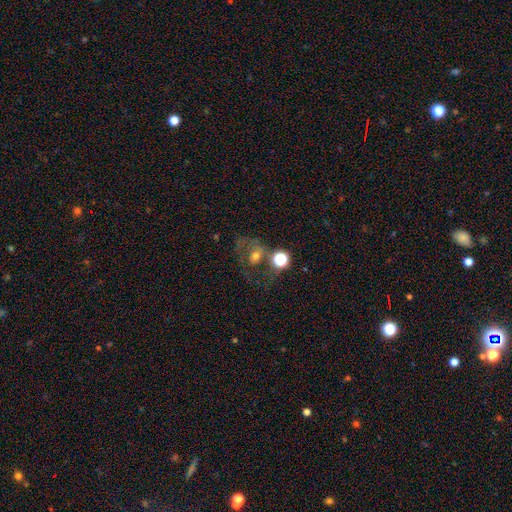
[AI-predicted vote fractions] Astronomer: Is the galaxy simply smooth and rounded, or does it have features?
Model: smooth — 46% (runner-up: featured or disk, 33%).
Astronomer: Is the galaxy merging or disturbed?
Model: none — 35% (runner-up: major disturbance, 33%).